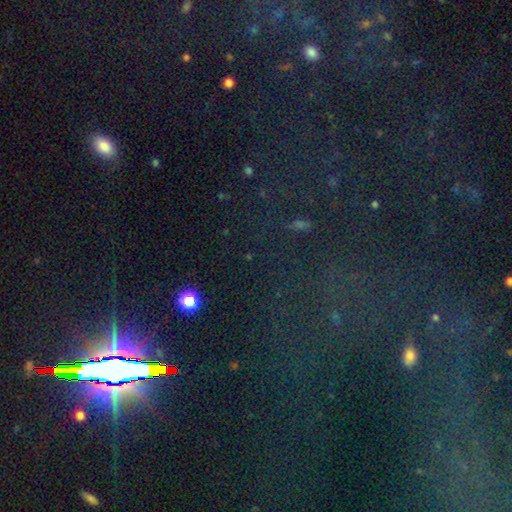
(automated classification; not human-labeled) Smooth or featured? star or artifact (79%)